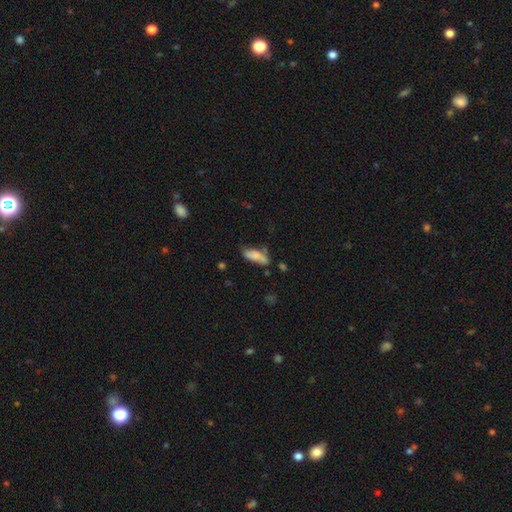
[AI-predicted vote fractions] Q: Smooth or featured?
A: smooth (73%); runner-up: featured or disk (19%)
Q: How rounded?
A: in between (67%); runner-up: cigar-shaped (31%)
Q: Merging?
A: none (45%); runner-up: minor disturbance (30%)